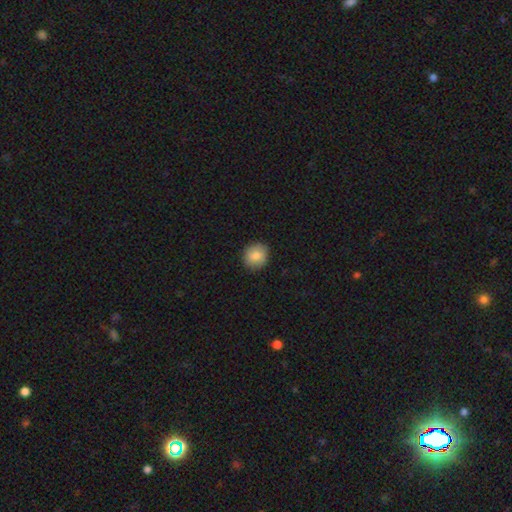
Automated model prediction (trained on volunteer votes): smooth 85%, star or artifact 8%, featured or disk 7%. Down the decision tree: how rounded — round (83%); merging — none (89%).